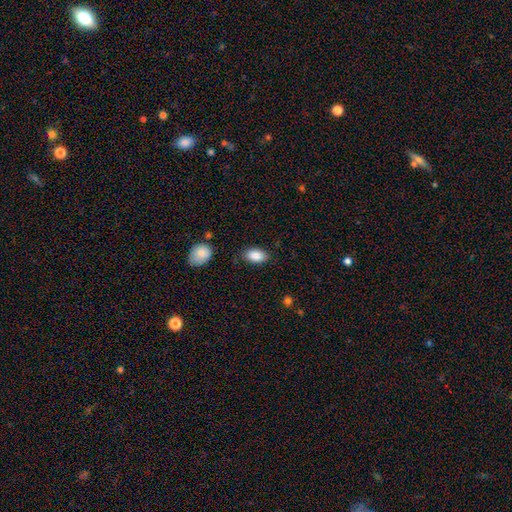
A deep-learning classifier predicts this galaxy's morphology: Overall: smooth (88%). How rounded: in between (92%). Merging: none (81%).